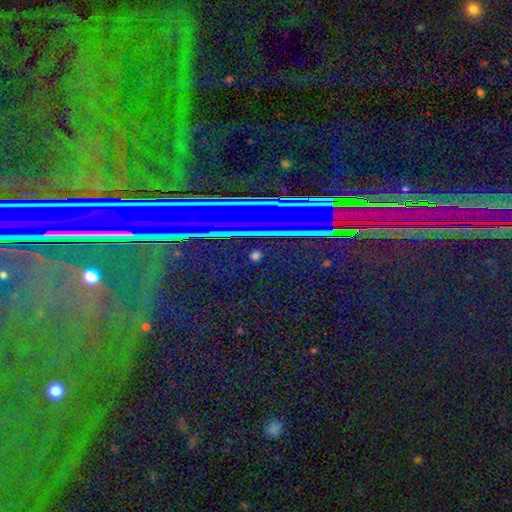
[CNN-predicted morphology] Smooth or featured? Predicted: star or artifact (p=0.80).